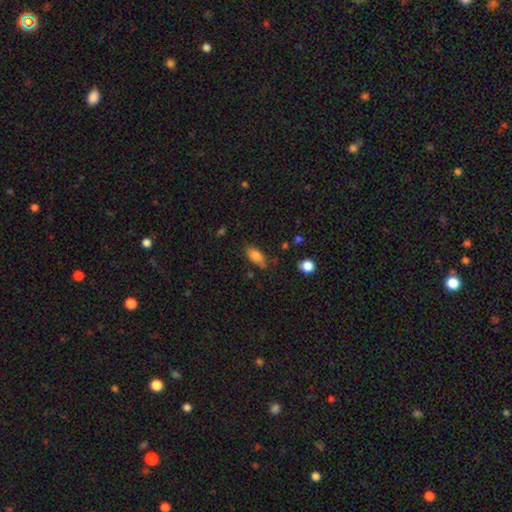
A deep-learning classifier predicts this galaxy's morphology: smooth 80%, featured or disk 12%, star or artifact 8%. Down the decision tree: how rounded — in between (84%); merging — none (68%).